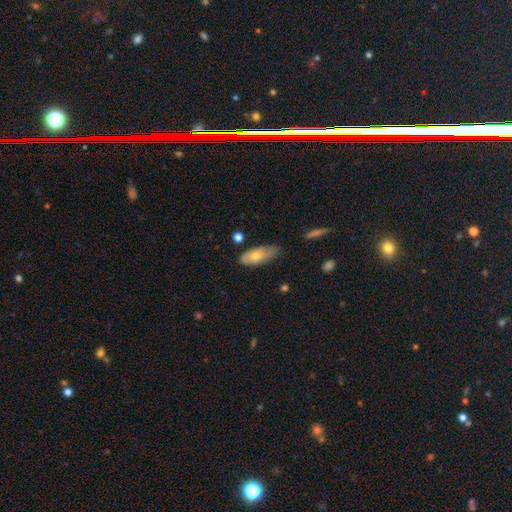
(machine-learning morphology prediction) Smooth or featured? smooth (61%)
How rounded? in between (78%)
Merging? none (67%)